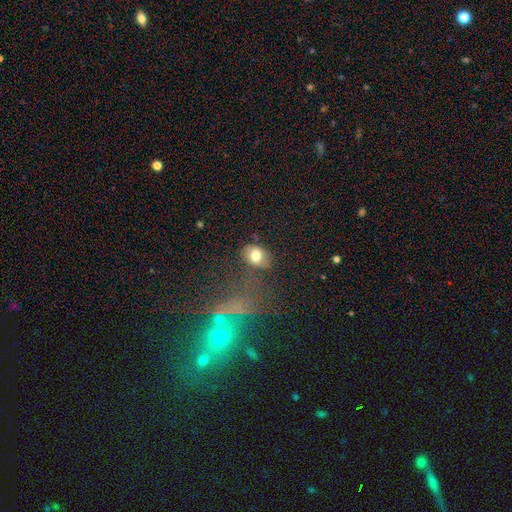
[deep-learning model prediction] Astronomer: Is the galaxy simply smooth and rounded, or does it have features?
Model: smooth — 76%.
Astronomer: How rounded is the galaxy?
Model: in between — 61% (runner-up: round, 38%).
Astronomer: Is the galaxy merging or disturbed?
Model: none — 72%.